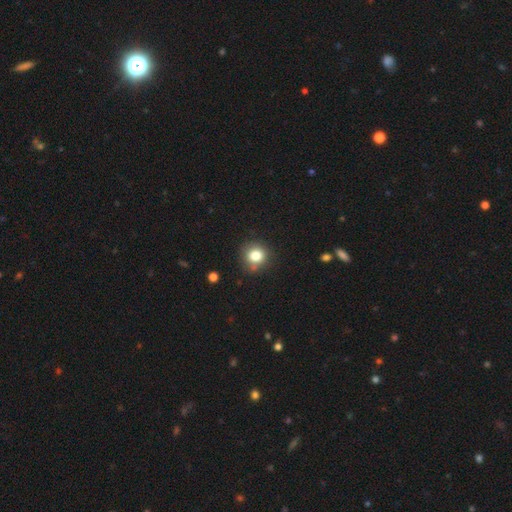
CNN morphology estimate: This is clearly a smooth galaxy (81%). How rounded: clearly round (88%). Merging: likely none (80%).